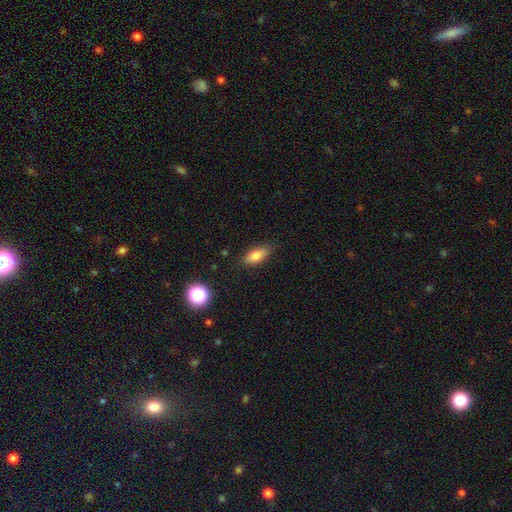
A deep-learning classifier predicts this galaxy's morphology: smooth 79%, featured or disk 13%, star or artifact 9%. Down the decision tree: how rounded — in between (76%); merging — none (79%).